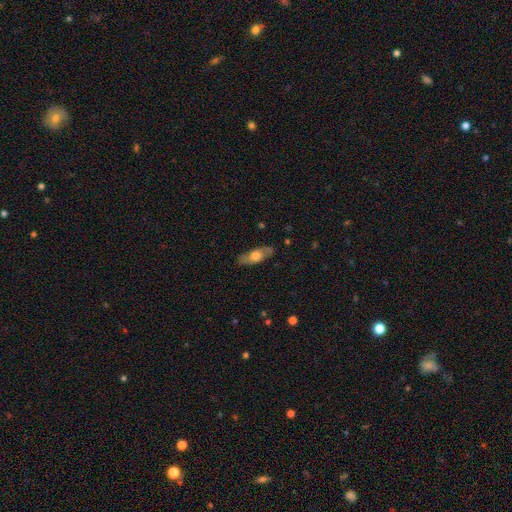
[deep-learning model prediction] Morphology: type=smooth (50%); merging=none (82%).